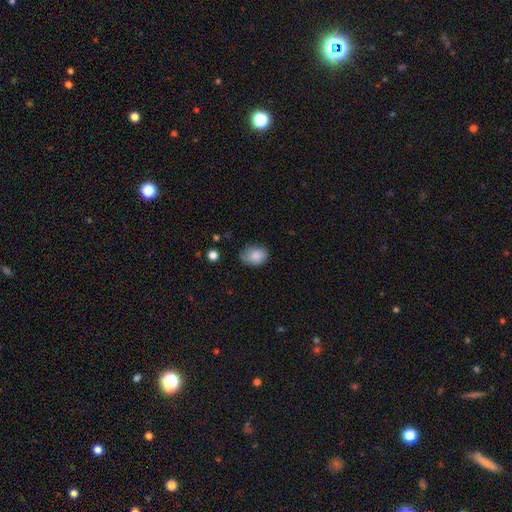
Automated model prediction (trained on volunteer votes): Morphology: type=smooth (83%); roundness=in between (70%); merging=none (61%).